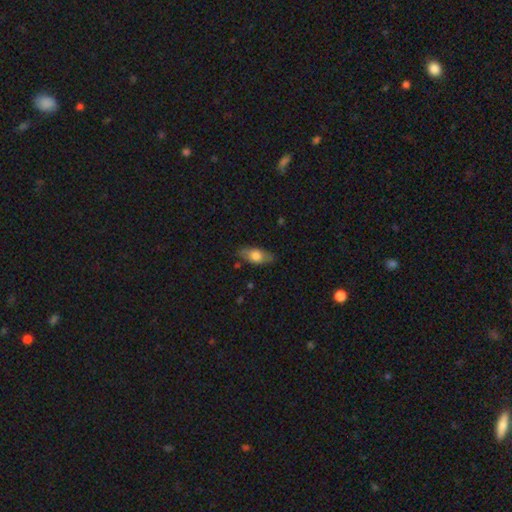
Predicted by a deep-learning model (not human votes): smooth_or_featured: smooth (p=0.67) [alt: featured or disk p=0.27]
how_rounded: in between (p=0.81) [alt: cigar-shaped p=0.14]
merging: none (p=0.80) [alt: minor disturbance p=0.15]